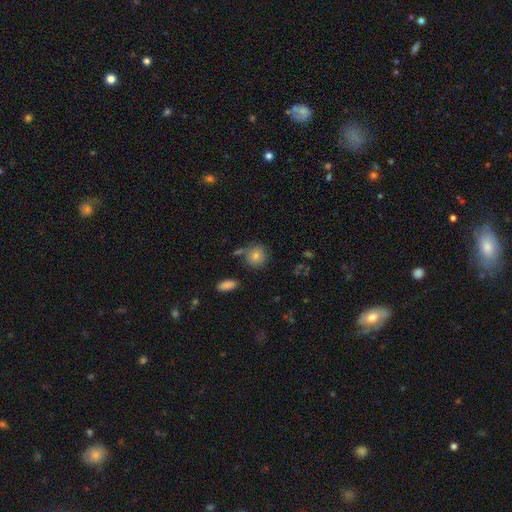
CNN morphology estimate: The model was most divided on "merging": none: 75%, minor disturbance: 12%, merger: 9%, major disturbance: 4%. More confident: how rounded — round (88%); smooth or featured — smooth (79%).